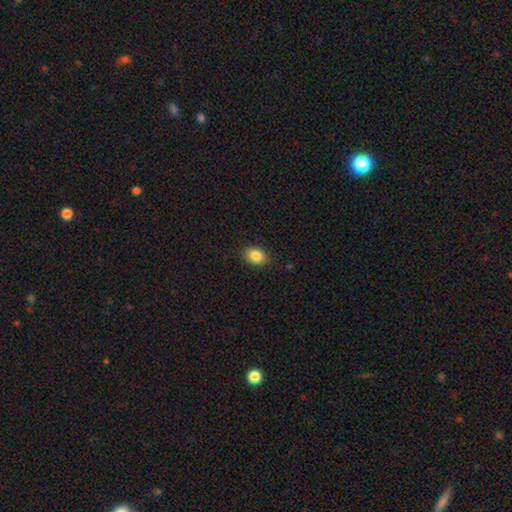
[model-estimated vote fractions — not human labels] smooth_or_featured: smooth (p=0.85) [alt: star or artifact p=0.09]
how_rounded: in between (p=0.64) [alt: round p=0.34]
merging: none (p=0.87) [alt: minor disturbance p=0.10]